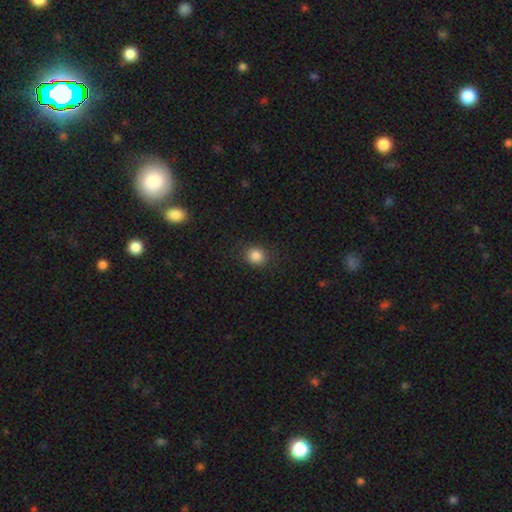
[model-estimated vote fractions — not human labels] Smooth or featured?
  - smooth: 85% *
  - star or artifact: 11%
  - featured or disk: 4%
How rounded?
  - round: 79% *
  - in between: 20%
  - cigar-shaped: 1%
Merging?
  - none: 87% *
  - minor disturbance: 9%
  - major disturbance: 3%
  - merger: 1%